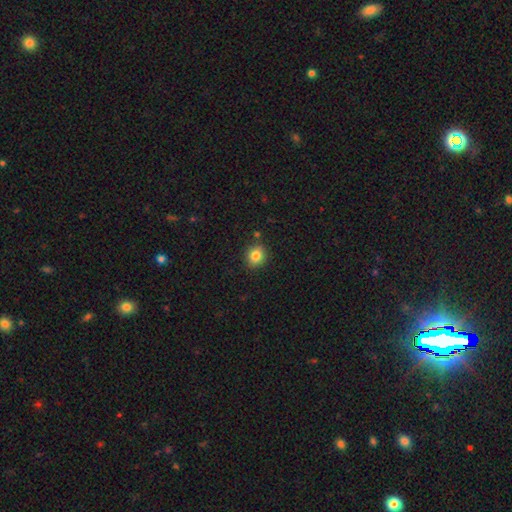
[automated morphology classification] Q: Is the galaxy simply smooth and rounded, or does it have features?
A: smooth — 83%.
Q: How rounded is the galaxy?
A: round — 80%.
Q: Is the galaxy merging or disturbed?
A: none — 87%.